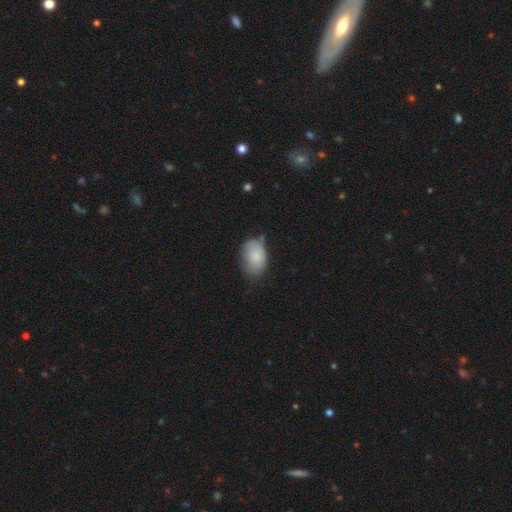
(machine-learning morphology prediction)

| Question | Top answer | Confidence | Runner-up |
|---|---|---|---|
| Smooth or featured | smooth | 83% | featured or disk (10%) |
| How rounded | in between | 87% | round (12%) |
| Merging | none | 56% | minor disturbance (33%) |